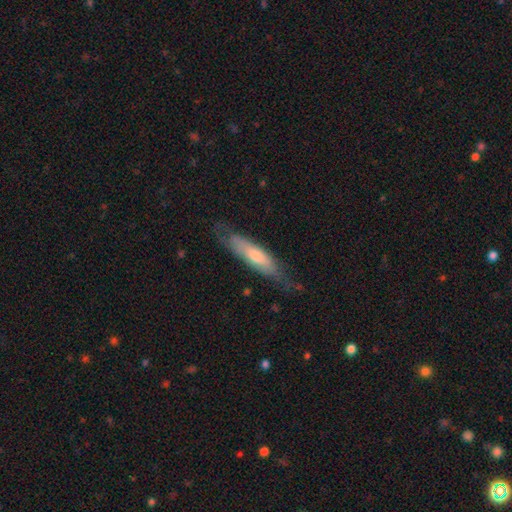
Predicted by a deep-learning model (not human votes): The model was most divided on "smooth or featured": smooth: 54%, featured or disk: 40%, star or artifact: 6%. More confident: how rounded — cigar-shaped (72%); merging — none (65%).